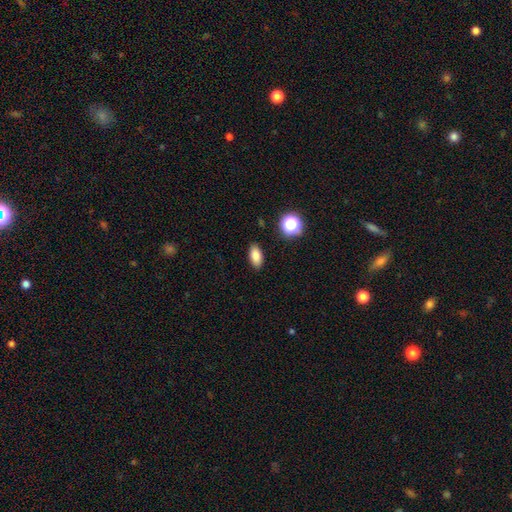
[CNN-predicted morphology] A smooth galaxy with no disk features (84%) that is in between round and cigar-shaped (88%).

Vote fractions:
- Smooth or featured? smooth: 84% / star or artifact: 10% / featured or disk: 6%
- How rounded? in between: 88% / cigar-shaped: 6% / round: 6%
- Merging? none: 89% / minor disturbance: 8% / major disturbance: 2% / merger: 1%